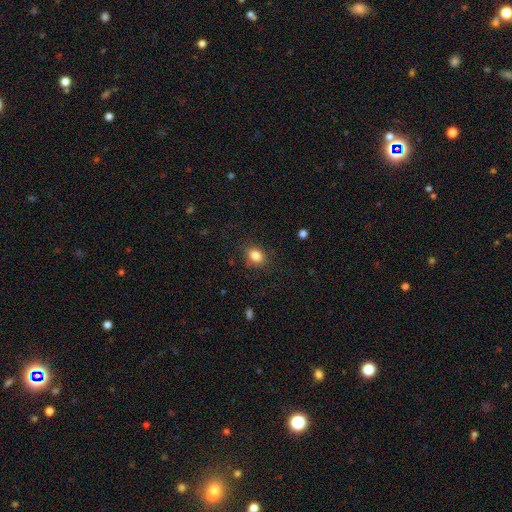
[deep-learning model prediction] This appears to be a smooth galaxy with no disk features (84%) that is in between round and cigar-shaped (53%). Merging: none (82%).